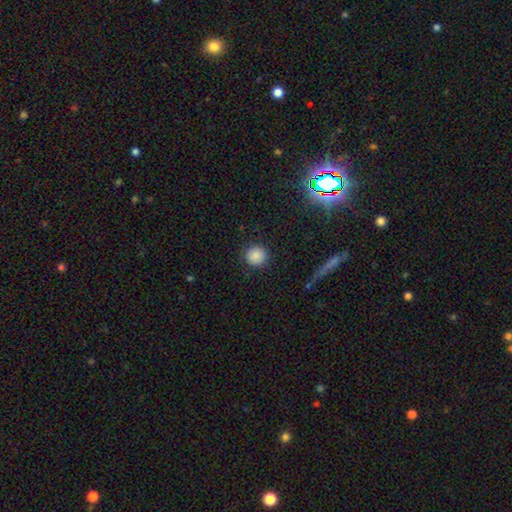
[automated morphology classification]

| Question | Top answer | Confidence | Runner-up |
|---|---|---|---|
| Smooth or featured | smooth | 87% | star or artifact (9%) |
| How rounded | round | 93% | in between (6%) |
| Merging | none | 88% | minor disturbance (7%) |